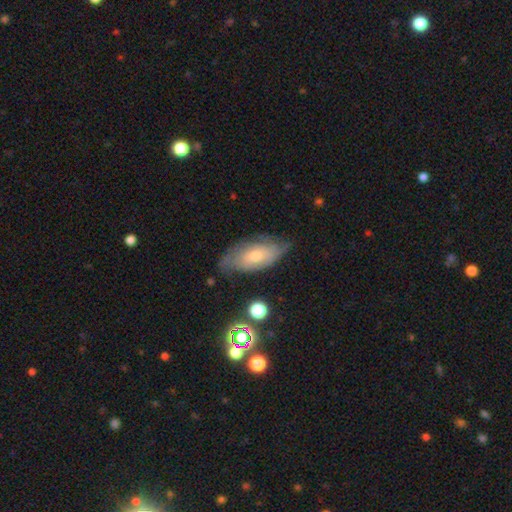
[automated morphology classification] Q: Smooth or featured?
A: featured or disk (49%); runner-up: smooth (41%)
Q: Merging?
A: none (63%); runner-up: minor disturbance (27%)